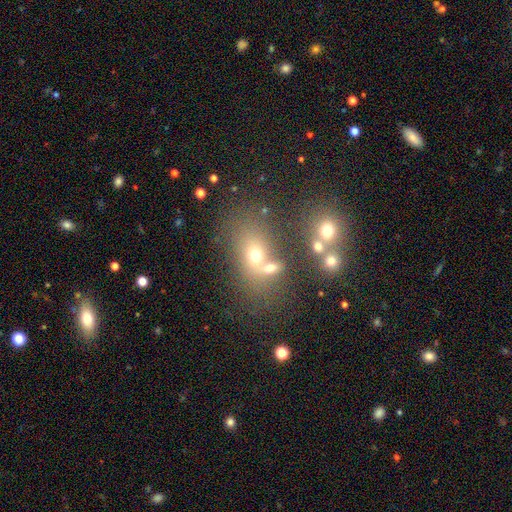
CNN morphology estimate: Overall: smooth (58%; star or artifact 22%). How rounded: in between (58%; round 39%). Merging: merger (42%; none 40%).